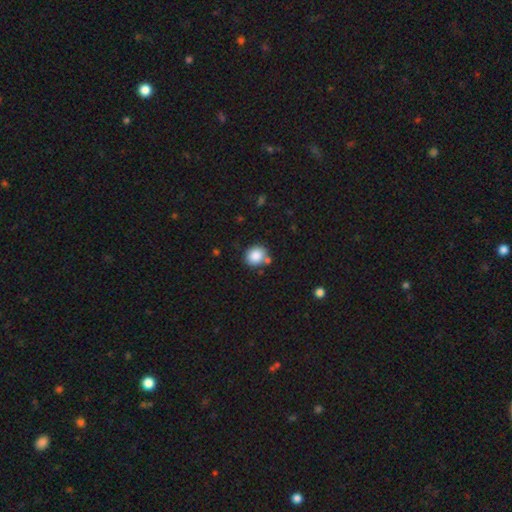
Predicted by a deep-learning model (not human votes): A smooth galaxy with no disk features (86%) that is round (70%).

Vote fractions:
- Smooth or featured? smooth: 86% / star or artifact: 9% / featured or disk: 5%
- How rounded? round: 70% / in between: 29% / cigar-shaped: 1%
- Merging? none: 72% / merger: 13% / minor disturbance: 12% / major disturbance: 3%